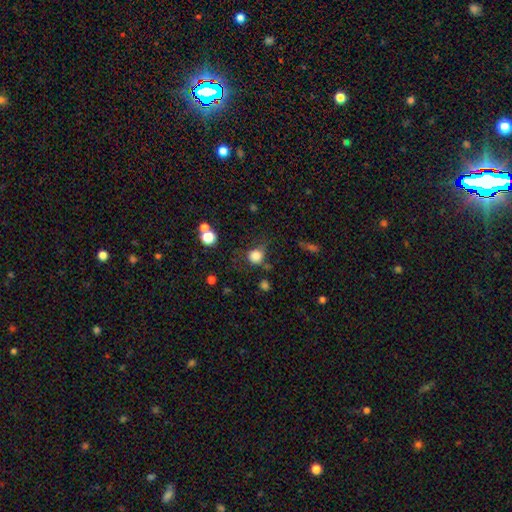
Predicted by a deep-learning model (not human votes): A smooth galaxy with no disk features (81%) that is round (81%). Merging: none (56%).